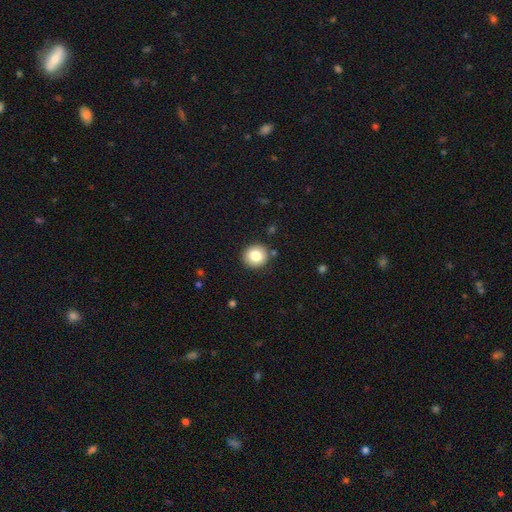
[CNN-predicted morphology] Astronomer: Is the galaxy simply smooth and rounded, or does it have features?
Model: smooth — 82%.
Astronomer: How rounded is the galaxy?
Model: round — 90%.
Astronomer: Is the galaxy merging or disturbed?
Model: none — 90%.